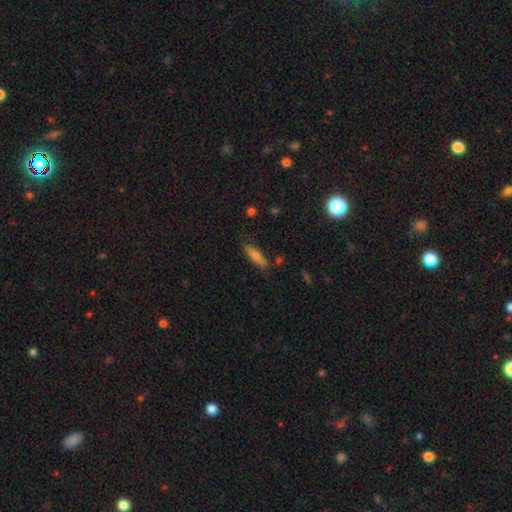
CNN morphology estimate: smooth-or-featured: smooth: 66% | featured or disk: 25% | star or artifact: 9%
  how-rounded: cigar-shaped: 71% | in between: 27% | round: 2%
  merging: none: 83% | minor disturbance: 12% | merger: 3% | major disturbance: 3%